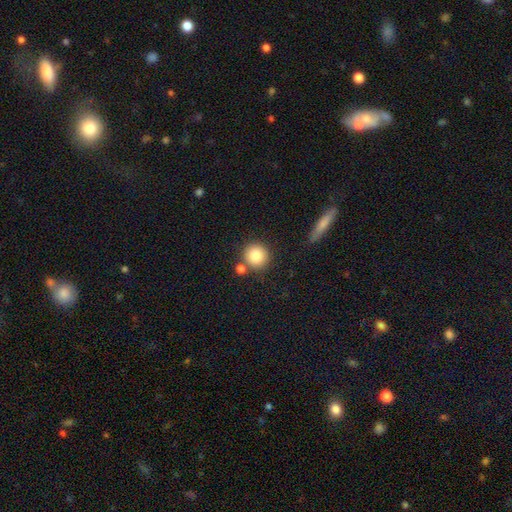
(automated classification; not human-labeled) This is clearly a smooth galaxy (85%). How rounded: clearly round (92%). Merging: likely none (76%).